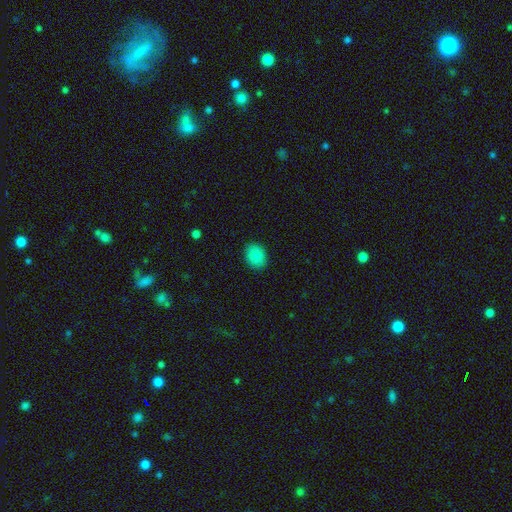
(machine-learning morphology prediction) Smooth or featured? Predicted: smooth (p=0.86). How rounded? Predicted: in between (p=0.51). Merging? Predicted: none (p=0.89).